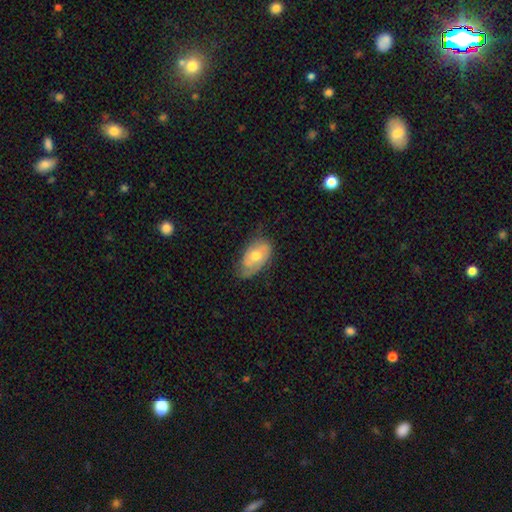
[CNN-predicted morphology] featured or disk 50%, smooth 44%, star or artifact 6%. Down the decision tree: edge-on disk — no (92%); merging — none (58%).